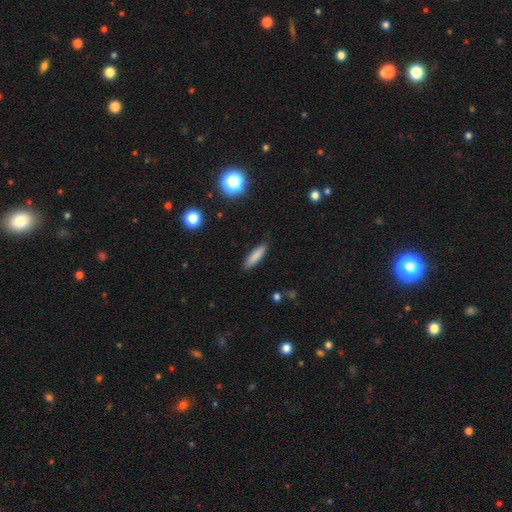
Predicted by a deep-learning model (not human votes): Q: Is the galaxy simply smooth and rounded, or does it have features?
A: smooth — 82%.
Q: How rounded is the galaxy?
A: cigar-shaped — 76%.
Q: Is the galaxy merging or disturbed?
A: none — 88%.